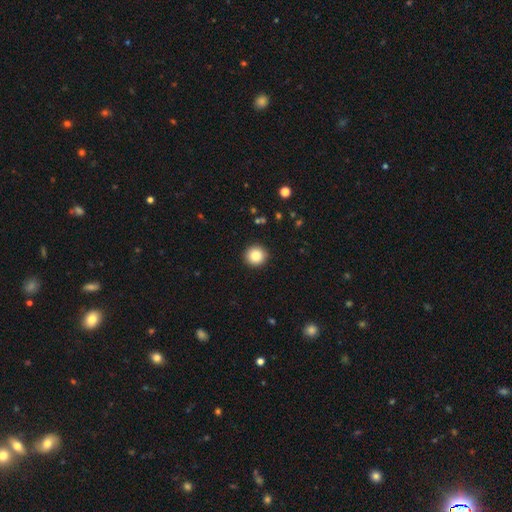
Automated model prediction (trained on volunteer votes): smooth-or-featured: smooth: 86% | star or artifact: 9% | featured or disk: 5%
  how-rounded: round: 95% | in between: 4% | cigar-shaped: 1%
  merging: none: 92% | minor disturbance: 5% | major disturbance: 2% | merger: 1%